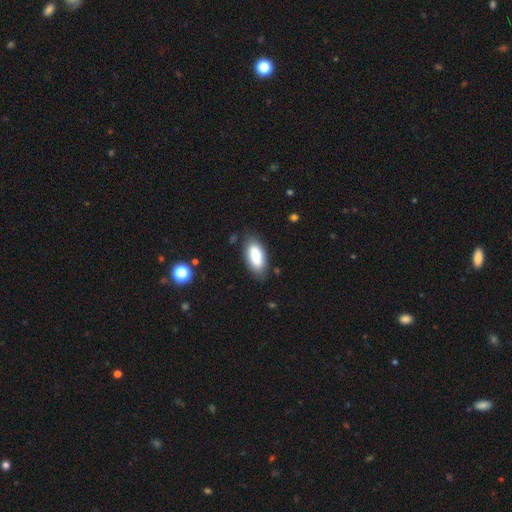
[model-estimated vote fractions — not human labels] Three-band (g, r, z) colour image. It shows a smooth galaxy with no disk features (83%) that is in between round and cigar-shaped (89%). Merging: none (80%).